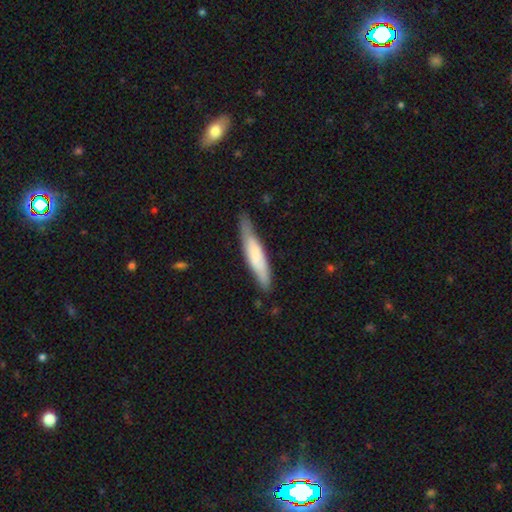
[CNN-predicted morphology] Smooth or featured: smooth — 60% (featured or disk — 35%)
How rounded: cigar-shaped — 87% (in between — 12%)
Merging: none — 79% (minor disturbance — 17%)